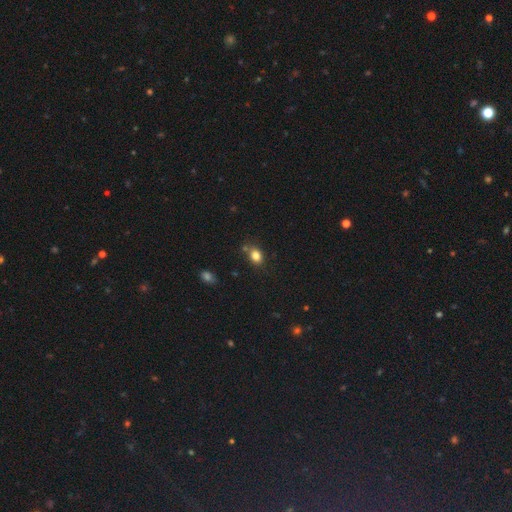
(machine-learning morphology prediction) smooth-or-featured: smooth: 82% | star or artifact: 11% | featured or disk: 7%
  how-rounded: in between: 61% | round: 37% | cigar-shaped: 1%
  merging: none: 72% | minor disturbance: 16% | merger: 9% | major disturbance: 4%